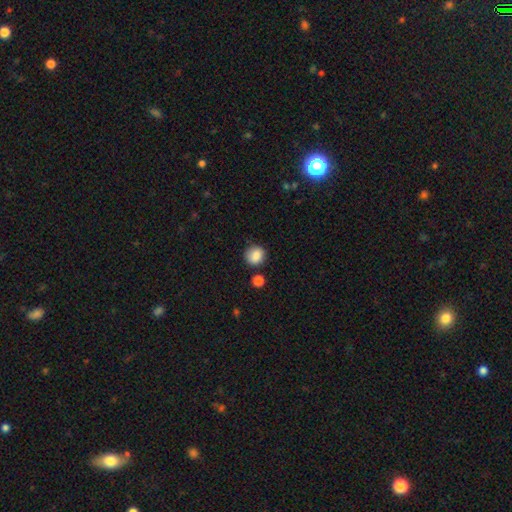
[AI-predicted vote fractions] Smooth or featured: smooth — 85% (star or artifact — 9%)
How rounded: round — 81% (in between — 18%)
Merging: none — 77% (minor disturbance — 14%)